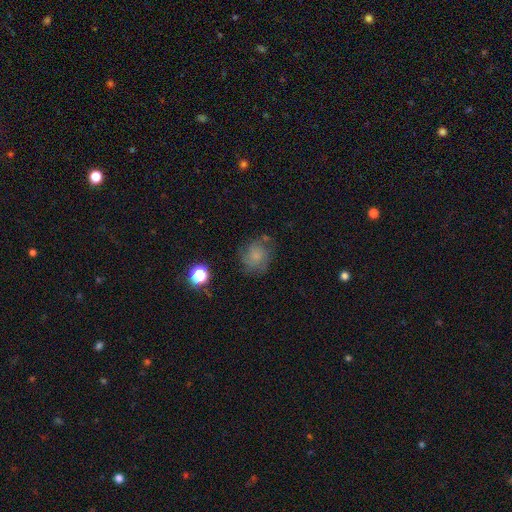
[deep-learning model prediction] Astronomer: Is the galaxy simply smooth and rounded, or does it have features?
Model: smooth — 48% (runner-up: featured or disk, 38%).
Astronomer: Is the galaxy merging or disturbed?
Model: none — 64%.